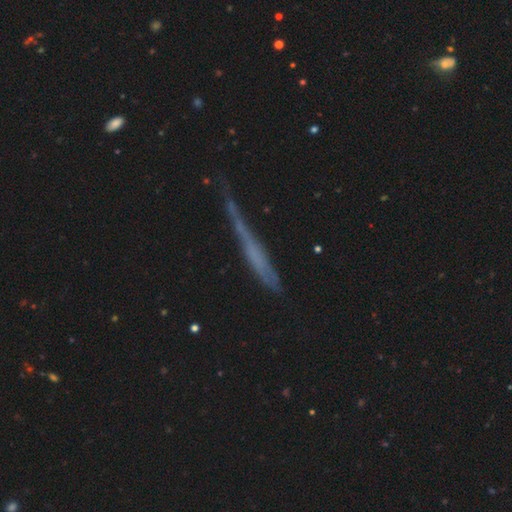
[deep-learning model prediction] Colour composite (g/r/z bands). It shows a featured or disk galaxy (46%). Merging: none (51%).